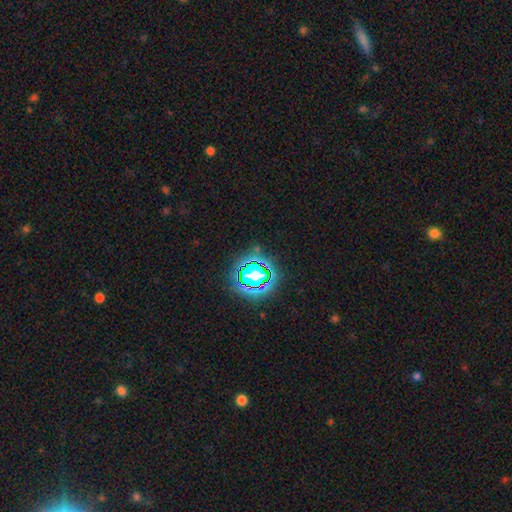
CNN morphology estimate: A star or artifact, not a galaxy (77%).

Vote fractions:
- Smooth or featured? star or artifact: 77% / smooth: 14% / featured or disk: 8%